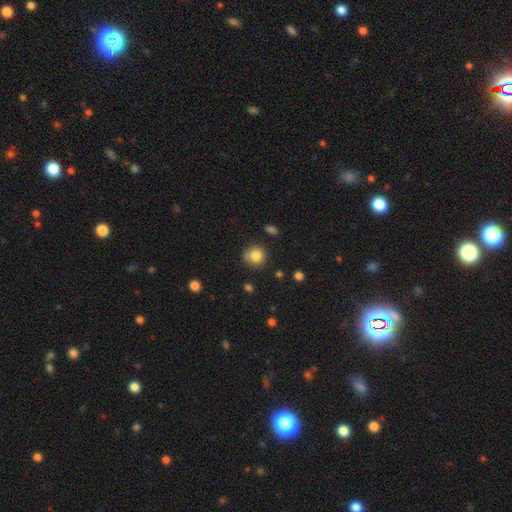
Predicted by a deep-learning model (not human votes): Q: Smooth or featured?
A: smooth (83%); runner-up: star or artifact (10%)
Q: How rounded?
A: round (89%); runner-up: in between (10%)
Q: Merging?
A: none (73%); runner-up: minor disturbance (18%)